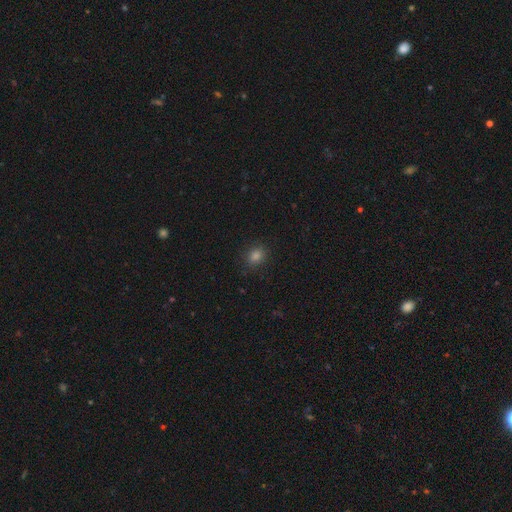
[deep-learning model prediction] smooth-or-featured: smooth: 79% | star or artifact: 16% | featured or disk: 4%
  how-rounded: round: 65% | in between: 34% | cigar-shaped: 1%
  merging: none: 88% | minor disturbance: 9% | major disturbance: 2% | merger: 1%